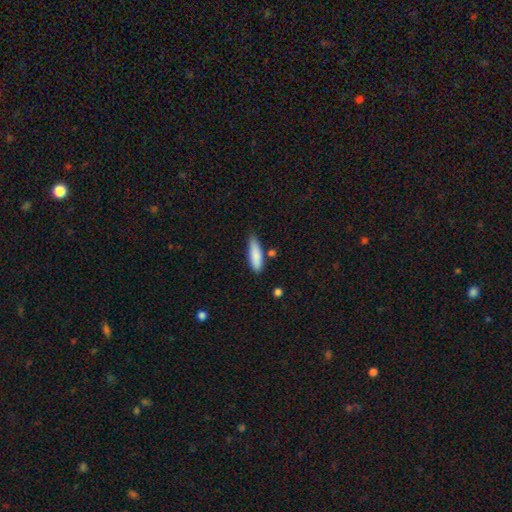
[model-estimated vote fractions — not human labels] smooth 86%, featured or disk 8%, star or artifact 6%. Down the decision tree: how rounded — cigar-shaped (55%); merging — none (74%).